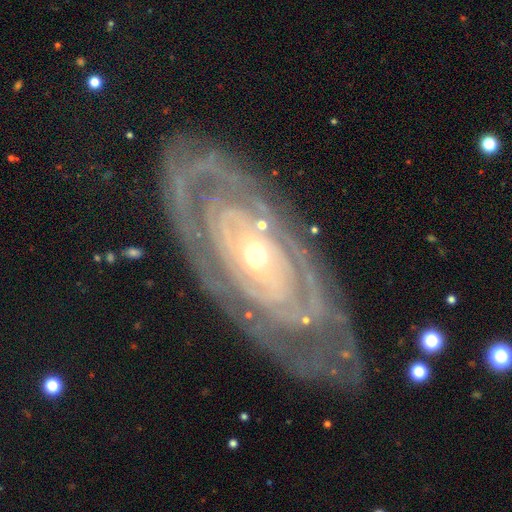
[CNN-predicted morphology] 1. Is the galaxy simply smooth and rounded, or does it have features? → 90% featured or disk, 6% smooth, 5% star or artifact.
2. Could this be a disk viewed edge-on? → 93% no, 7% yes.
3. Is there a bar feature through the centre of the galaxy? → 65% no, 21% weak, 14% strong.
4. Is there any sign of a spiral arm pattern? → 93% yes, 7% no.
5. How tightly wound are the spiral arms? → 75% tight, 19% medium, 6% loose.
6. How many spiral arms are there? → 39% 2, 26% can't tell, 14% 3, 8% 4, 7% more than 4, 7% 1.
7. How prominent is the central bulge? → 54% moderate, 40% small, 4% large, 1% dominant, 1% none.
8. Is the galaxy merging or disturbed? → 70% none, 17% minor disturbance, 11% major disturbance, 3% merger.